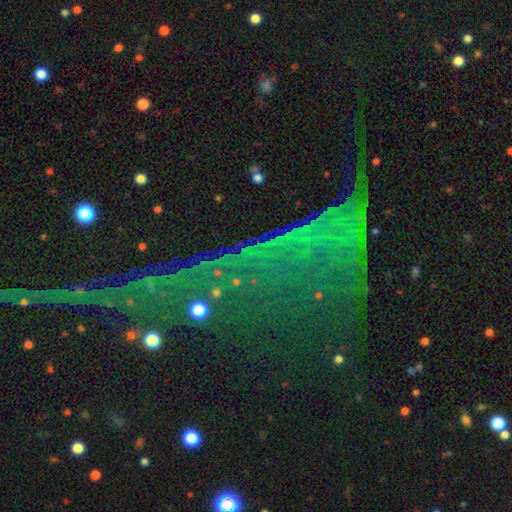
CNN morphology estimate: A star or artifact, not a galaxy (75%).

Vote fractions:
- Smooth or featured? star or artifact: 75% / smooth: 14% / featured or disk: 11%